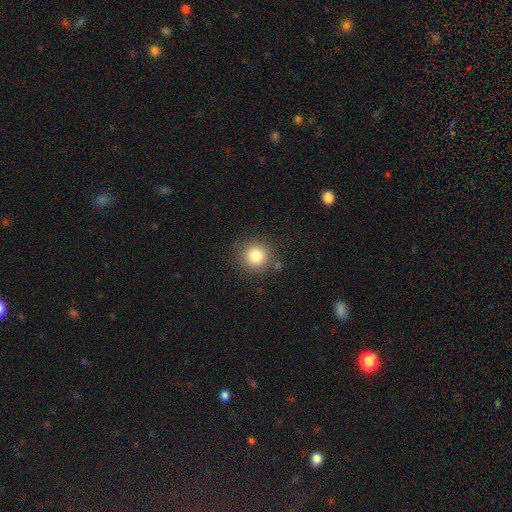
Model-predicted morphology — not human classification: Overall: smooth (82%). How rounded: round (92%). Merging: none (85%).